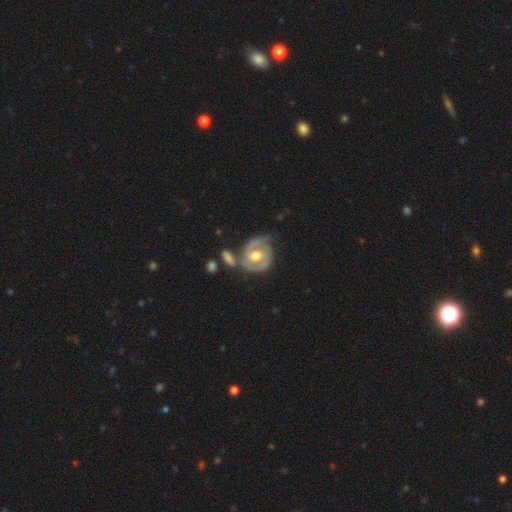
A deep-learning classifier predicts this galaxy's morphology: This appears to be a featured or disk galaxy (79%) with no bar (46%), 2 (69%) tight (51%) spiral arms (85%) and a moderate central bulge (76%). Merging: none (51%).